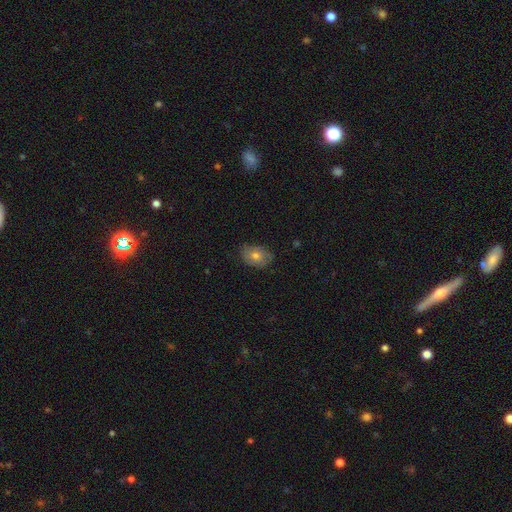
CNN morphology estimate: type=smooth (69%); roundness=in between (70%); merging=none (75%).